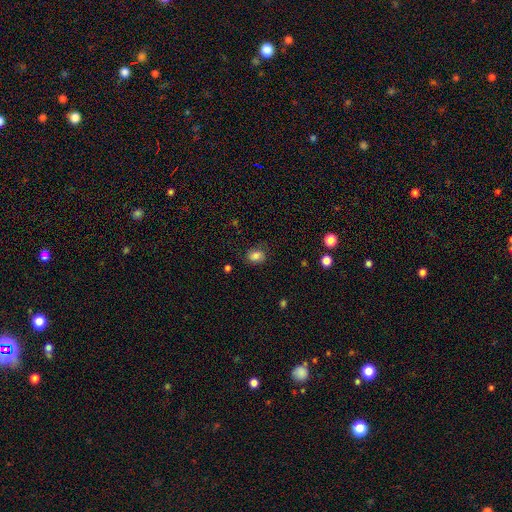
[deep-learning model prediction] Smooth or featured: smooth — 79% (star or artifact — 11%)
How rounded: in between — 62% (round — 37%)
Merging: none — 72% (minor disturbance — 20%)